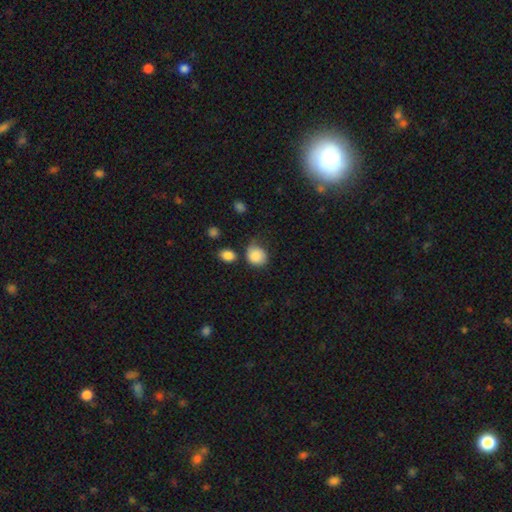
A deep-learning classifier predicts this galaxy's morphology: smooth-or-featured: smooth: 87% | star or artifact: 8% | featured or disk: 5%
  how-rounded: round: 71% | in between: 28% | cigar-shaped: 1%
  merging: none: 57% | minor disturbance: 28% | major disturbance: 8% | merger: 7%